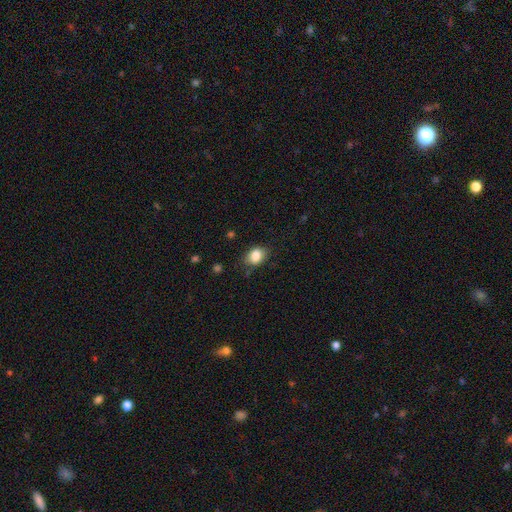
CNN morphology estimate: Smooth or featured? smooth (84%)
How rounded? in between (74%)
Merging? none (74%)